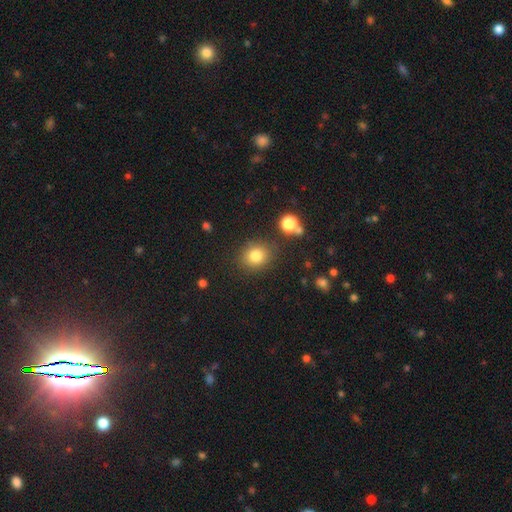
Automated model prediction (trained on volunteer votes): A smooth galaxy with no disk features (81%) that is round (71%).

Vote fractions:
- Smooth or featured? smooth: 81% / star or artifact: 12% / featured or disk: 7%
- How rounded? round: 71% / in between: 28% / cigar-shaped: 1%
- Merging? none: 82% / minor disturbance: 10% / merger: 4% / major disturbance: 3%